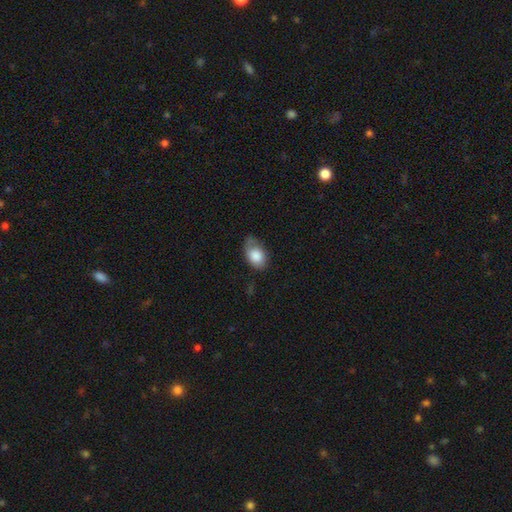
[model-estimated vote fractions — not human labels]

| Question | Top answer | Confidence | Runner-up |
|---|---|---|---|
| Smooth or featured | smooth | 77% | featured or disk (16%) |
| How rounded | in between | 85% | round (13%) |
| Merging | none | 43% | minor disturbance (37%) |